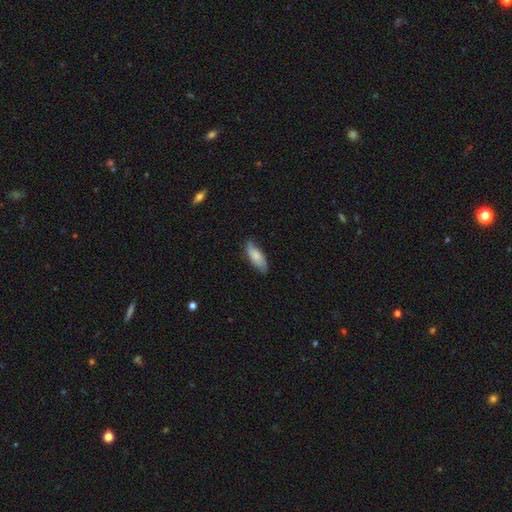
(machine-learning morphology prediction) Smooth or featured? smooth (75%)
How rounded? in between (71%)
Merging? none (70%)